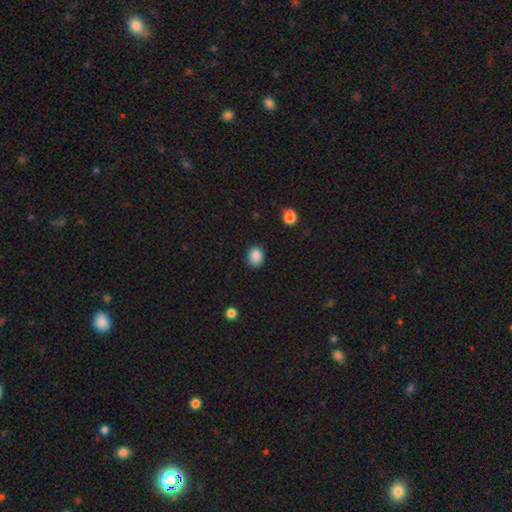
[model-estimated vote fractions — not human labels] Smooth or featured?
  - smooth: 88% *
  - star or artifact: 10%
  - featured or disk: 3%
How rounded?
  - round: 51% *
  - in between: 48%
  - cigar-shaped: 1%
Merging?
  - none: 86% *
  - minor disturbance: 10%
  - major disturbance: 2%
  - merger: 1%